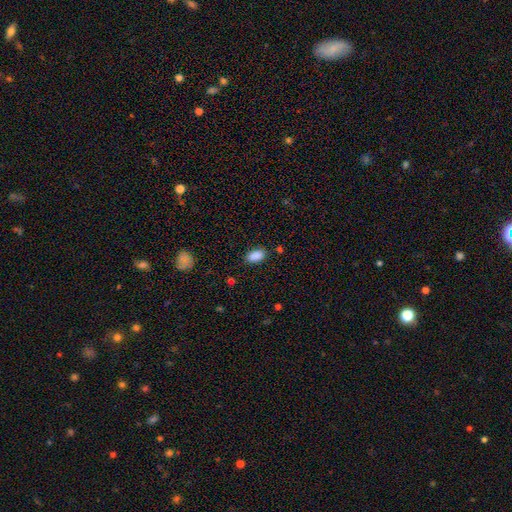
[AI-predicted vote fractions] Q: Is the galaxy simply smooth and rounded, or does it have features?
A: smooth — 89%.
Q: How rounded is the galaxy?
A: in between — 92%.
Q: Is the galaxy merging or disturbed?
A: none — 84%.